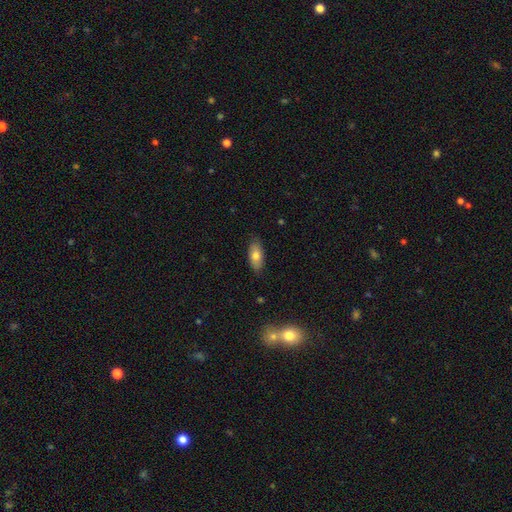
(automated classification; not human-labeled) A smooth galaxy with no disk features (75%) that is in between round and cigar-shaped (88%). Merging: none (84%).